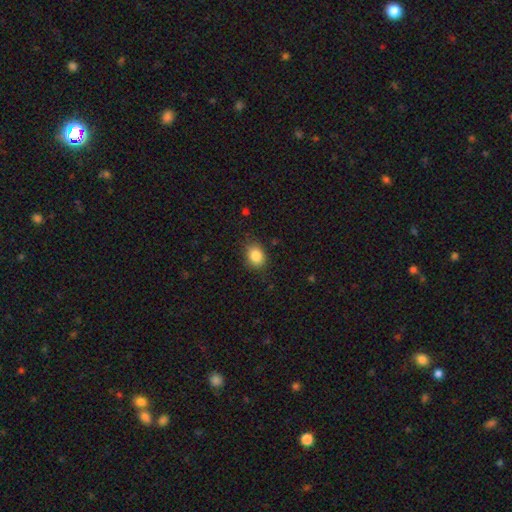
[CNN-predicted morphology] The model was most divided on "how rounded": in between: 57%, round: 42%, cigar-shaped: 1%. More confident: smooth or featured — smooth (86%); merging — none (83%).